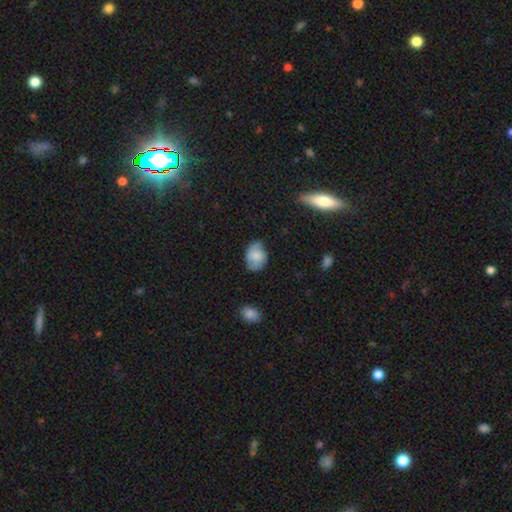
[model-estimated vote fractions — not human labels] Q: Smooth or featured?
A: smooth (68%); runner-up: featured or disk (23%)
Q: How rounded?
A: in between (69%); runner-up: round (30%)
Q: Merging?
A: none (64%); runner-up: minor disturbance (28%)